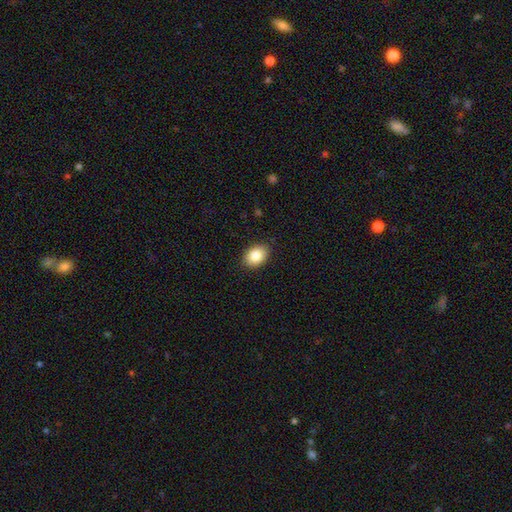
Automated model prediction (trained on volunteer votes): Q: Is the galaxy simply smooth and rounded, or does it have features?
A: smooth — 86%.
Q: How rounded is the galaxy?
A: in between — 76%.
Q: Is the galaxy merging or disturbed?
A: none — 88%.